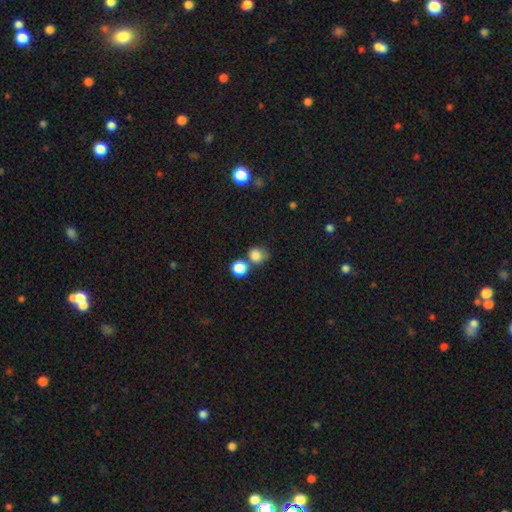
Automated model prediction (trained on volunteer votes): Smooth or featured? Predicted: smooth (p=0.82). How rounded? Predicted: round (p=0.78). Merging? Predicted: none (p=0.53).